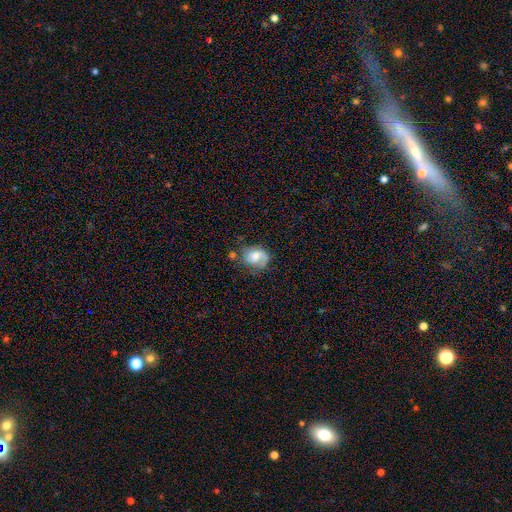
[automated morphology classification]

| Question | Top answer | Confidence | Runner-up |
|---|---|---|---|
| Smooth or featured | featured or disk | 63% | smooth (29%) |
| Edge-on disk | no | 97% | yes (3%) |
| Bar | no | 53% | weak (39%) |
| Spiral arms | yes | 89% | no (11%) |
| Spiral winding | medium | 43% | tight (30%) |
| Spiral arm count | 2 | 48% | 1 (40%) |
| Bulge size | moderate | 49% | small (29%) |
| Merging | none | 54% | minor disturbance (26%) |